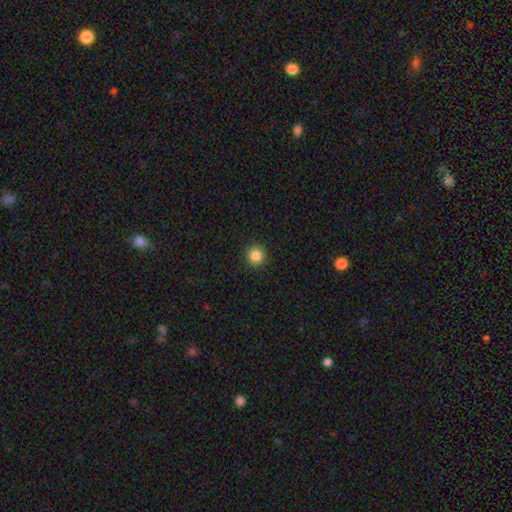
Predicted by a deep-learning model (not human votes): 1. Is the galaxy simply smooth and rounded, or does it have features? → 85% smooth, 11% star or artifact, 4% featured or disk.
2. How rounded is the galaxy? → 94% round, 5% in between, 1% cigar-shaped.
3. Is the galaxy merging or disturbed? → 93% none, 5% minor disturbance, 2% major disturbance, 1% merger.